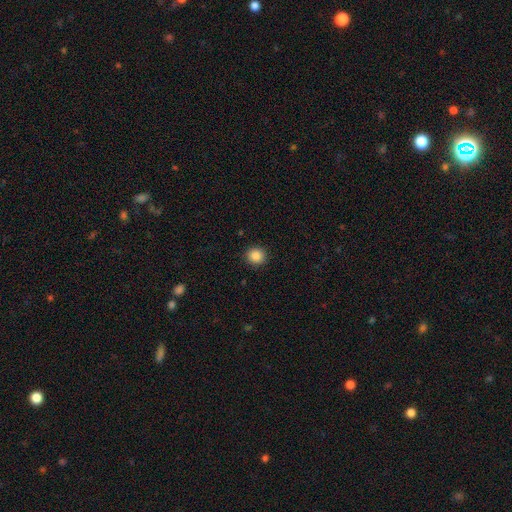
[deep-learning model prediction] This appears to be a smooth galaxy with no disk features (86%) that is round (90%). Merging: none (91%).